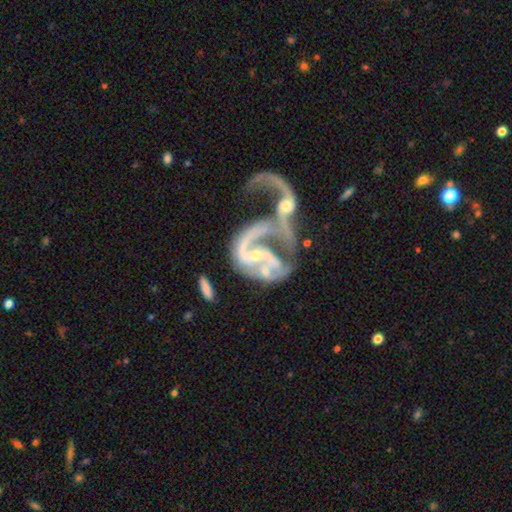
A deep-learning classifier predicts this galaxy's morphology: A featured or disk galaxy (86%) with no bar (54%), 2 (61%) loose (58%) spiral arms (88%) and a small central bulge (55%).

Vote fractions:
- Smooth or featured? featured or disk: 86% / star or artifact: 7% / smooth: 7%
- Edge-on disk? no: 98% / yes: 2%
- Bar? no: 54% / weak: 31% / strong: 15%
- Spiral arms? yes: 88% / no: 12%
- Spiral winding? loose: 58% / medium: 31% / tight: 11%
- Spiral arm count? 2: 61% / 1: 15% / can't tell: 12% / 3: 7% / 4: 3% / more than 4: 2%
- Bulge size? small: 55% / moderate: 29% / none: 13% / large: 2% / dominant: 1%
- Merging? merger: 64% / major disturbance: 22% / none: 8% / minor disturbance: 6%